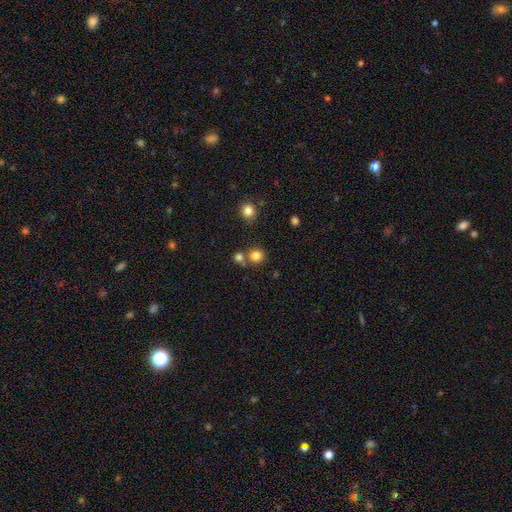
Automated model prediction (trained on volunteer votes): This appears to be a smooth galaxy with no disk features (81%) that is round (91%). Merging: none (70%).